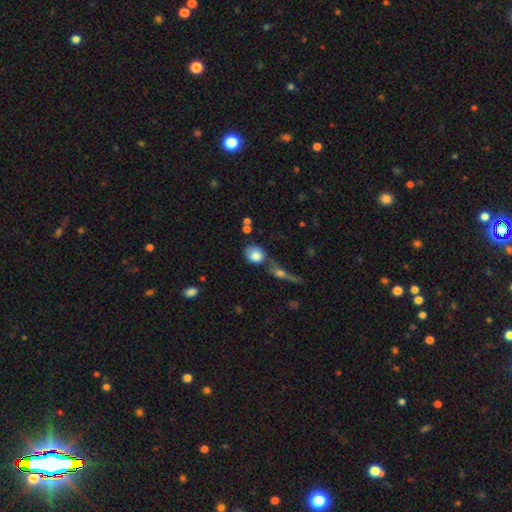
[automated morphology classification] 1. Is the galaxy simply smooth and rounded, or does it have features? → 80% smooth, 11% featured or disk, 8% star or artifact.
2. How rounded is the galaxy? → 54% round, 44% in between, 2% cigar-shaped.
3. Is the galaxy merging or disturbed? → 51% none, 26% merger, 15% minor disturbance, 7% major disturbance.